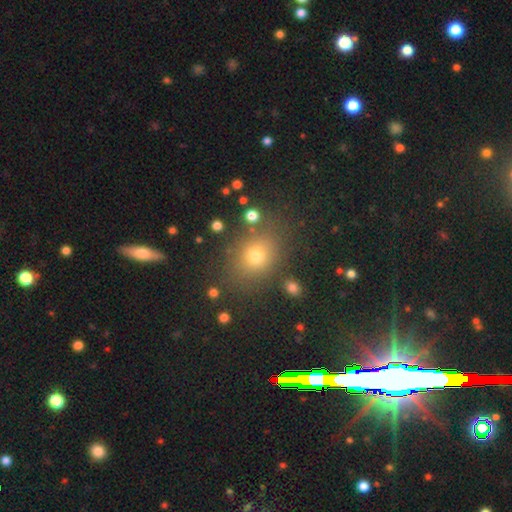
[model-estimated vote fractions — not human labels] This appears to be a smooth galaxy with no disk features (71%) that is round (55%). Merging: none (78%).